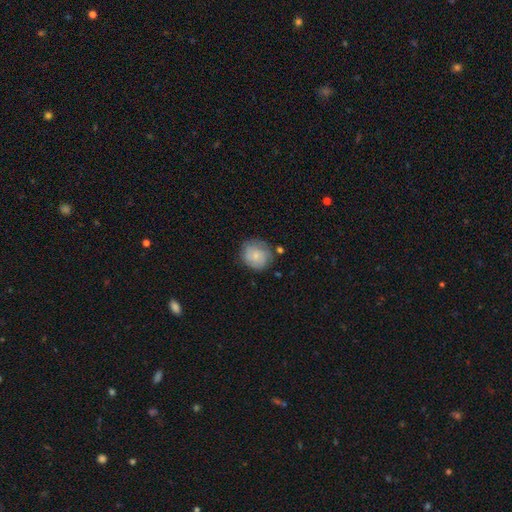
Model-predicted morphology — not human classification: Smooth or featured? Predicted: smooth (p=0.67). How rounded? Predicted: round (p=0.84). Merging? Predicted: none (p=0.67).